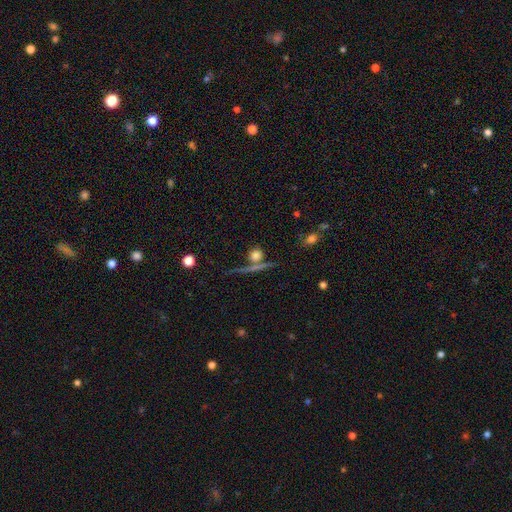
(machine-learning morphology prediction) A smooth galaxy with no disk features (62%) that is round (77%).

Vote fractions:
- Smooth or featured? smooth: 62% / featured or disk: 19% / star or artifact: 19%
- How rounded? round: 77% / in between: 12% / cigar-shaped: 11%
- Merging? none: 69% / merger: 16% / minor disturbance: 10% / major disturbance: 6%